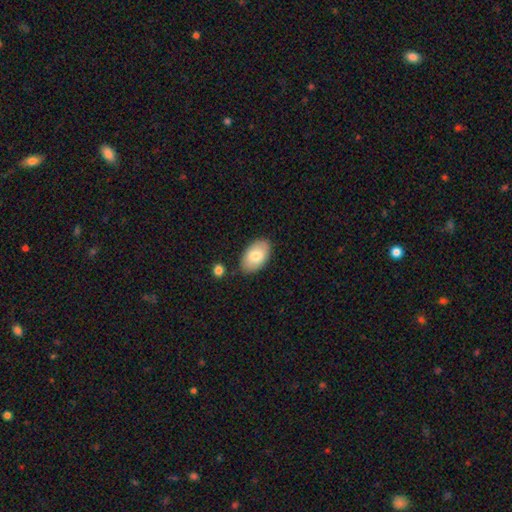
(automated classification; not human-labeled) A smooth galaxy with no disk features (79%) that is in between round and cigar-shaped (94%).

Vote fractions:
- Smooth or featured? smooth: 79% / featured or disk: 15% / star or artifact: 6%
- How rounded? in between: 94% / round: 5% / cigar-shaped: 1%
- Merging? none: 81% / minor disturbance: 13% / merger: 3% / major disturbance: 3%